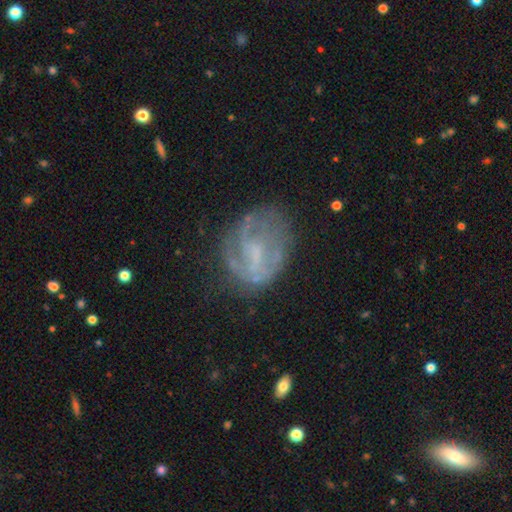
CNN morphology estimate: smooth-or-featured: featured or disk: 67% | smooth: 23% | star or artifact: 10%
  disk-edge-on: no: 97% | yes: 3%
    bar: no: 48% | weak: 41% | strong: 11%
    has-spiral-arms: yes: 64% | no: 36%
    bulge-size: none: 45% | small: 33% | moderate: 19% | large: 2% | dominant: 1%
  merging: none: 57% | minor disturbance: 22% | major disturbance: 18% | merger: 2%